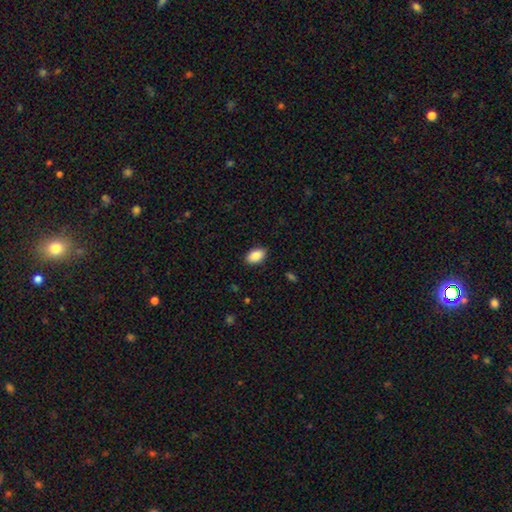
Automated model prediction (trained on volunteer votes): A smooth galaxy with no disk features (89%) that is in between round and cigar-shaped (92%). Merging: none (88%).